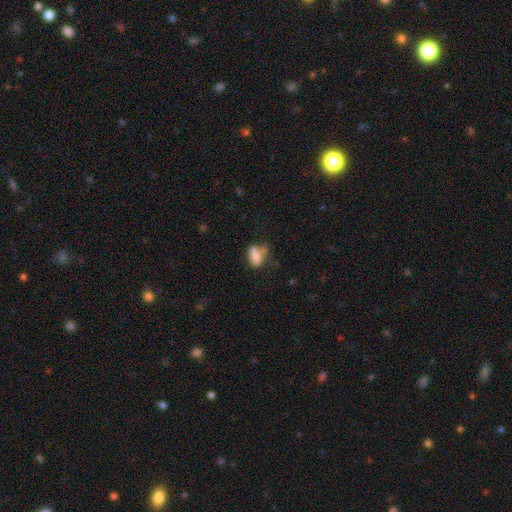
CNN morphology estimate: smooth_or_featured: smooth (p=0.73) [alt: featured or disk p=0.17]
how_rounded: in between (p=0.83) [alt: round p=0.14]
merging: none (p=0.34) [alt: merger p=0.30]